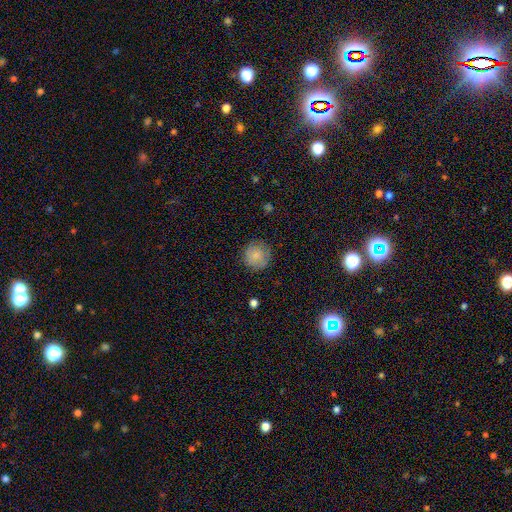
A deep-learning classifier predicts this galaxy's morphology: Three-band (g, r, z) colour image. It shows a smooth galaxy with no disk features (79%) that is round (92%). Merging: none (82%).